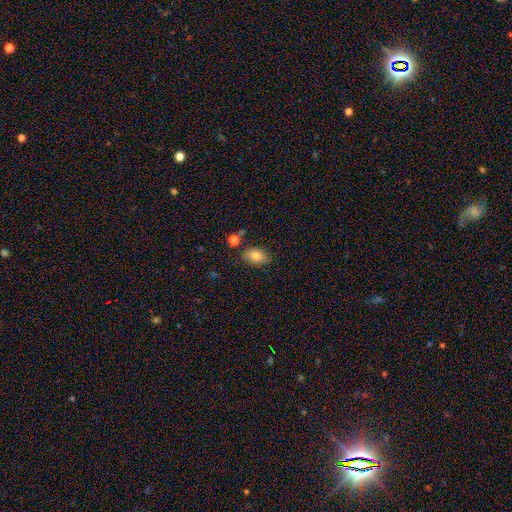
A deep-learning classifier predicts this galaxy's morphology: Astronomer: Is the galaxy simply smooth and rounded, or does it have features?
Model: smooth — 82%.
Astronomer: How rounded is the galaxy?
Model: in between — 85%.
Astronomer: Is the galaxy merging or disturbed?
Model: none — 76%.